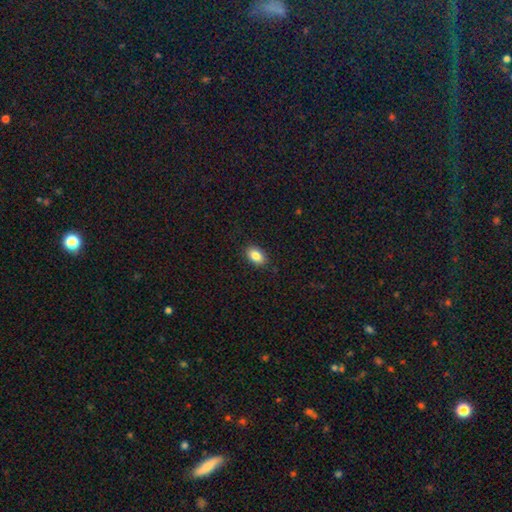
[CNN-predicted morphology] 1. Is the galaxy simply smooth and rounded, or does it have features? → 85% smooth, 8% star or artifact, 7% featured or disk.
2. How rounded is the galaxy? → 90% in between, 9% round, 1% cigar-shaped.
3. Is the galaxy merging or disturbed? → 88% none, 9% minor disturbance, 2% major disturbance, 1% merger.